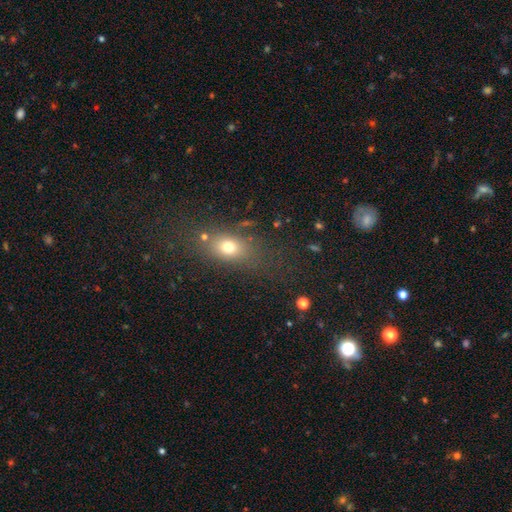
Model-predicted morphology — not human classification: smooth 55%, star or artifact 29%, featured or disk 16%. Down the decision tree: how rounded — in between (51%); merging — none (69%).